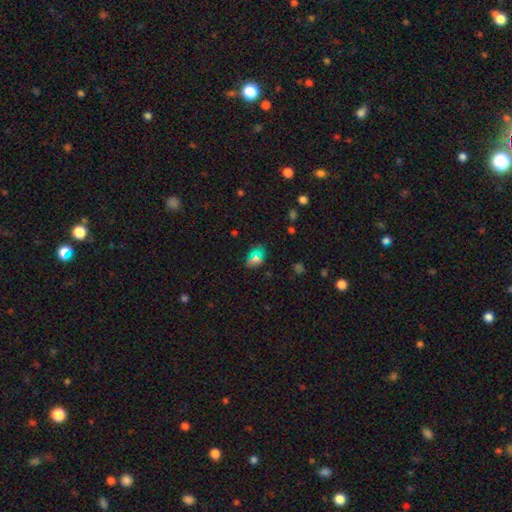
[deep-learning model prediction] Overall: smooth (65%). How rounded: in between (74%). Merging: none (82%).